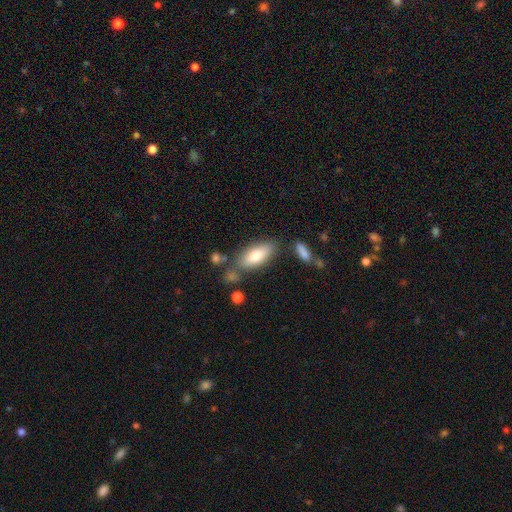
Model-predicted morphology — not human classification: A smooth galaxy with no disk features (74%) that is in between round and cigar-shaped (77%). Merging: none (70%).